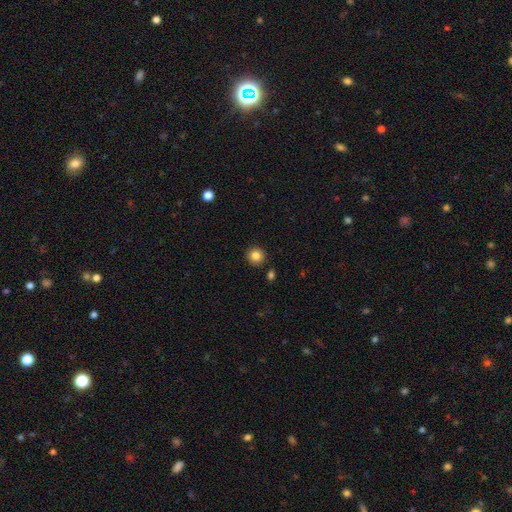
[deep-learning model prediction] Overall: smooth (84%). How rounded: round (93%). Merging: none (89%).